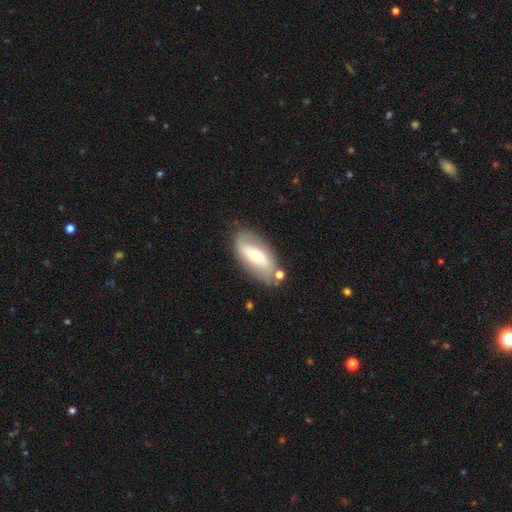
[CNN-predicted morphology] Smooth or featured?
  - featured or disk: 54% *
  - smooth: 39%
  - star or artifact: 6%
Edge-on disk?
  - no: 87% *
  - yes: 13%
Merging?
  - none: 74% *
  - minor disturbance: 15%
  - major disturbance: 5%
  - merger: 5%